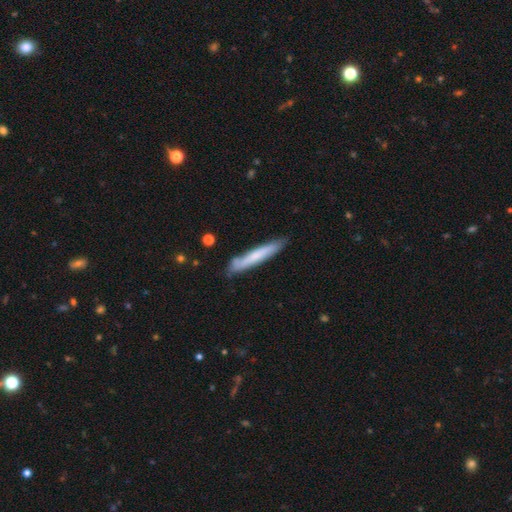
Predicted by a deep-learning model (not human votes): This is likely a smooth galaxy (63%). How rounded: clearly cigar-shaped (95%). Merging: clearly none (82%).